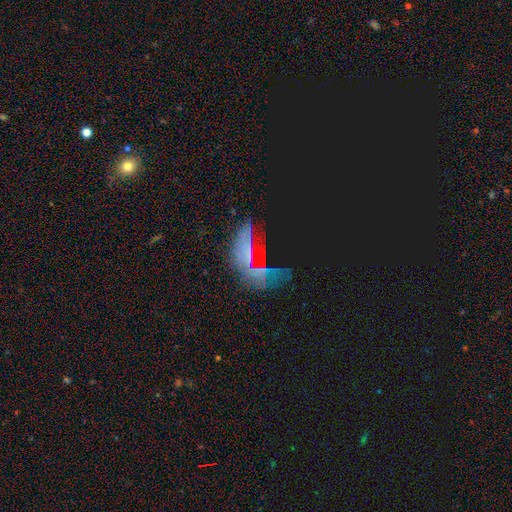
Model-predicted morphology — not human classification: This is possibly a star or artifact rather than a galaxy (50%).